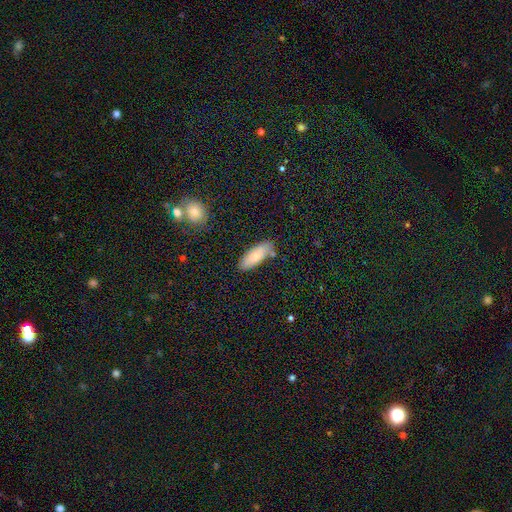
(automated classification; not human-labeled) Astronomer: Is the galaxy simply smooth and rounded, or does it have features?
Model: smooth — 74%.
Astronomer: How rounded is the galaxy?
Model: in between — 74%.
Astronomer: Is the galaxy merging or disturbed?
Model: none — 80%.